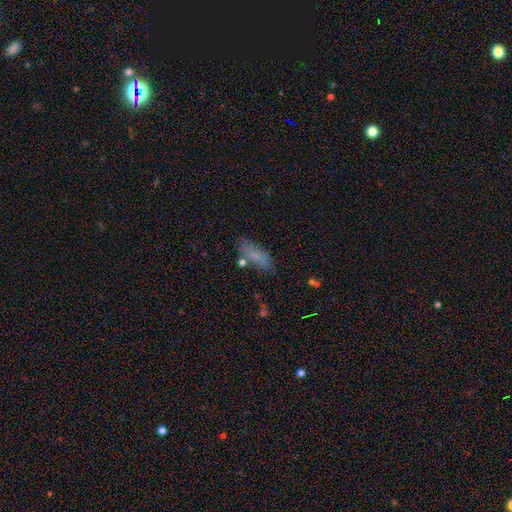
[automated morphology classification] Smooth or featured? smooth (73%)
How rounded? in between (67%)
Merging? none (65%)